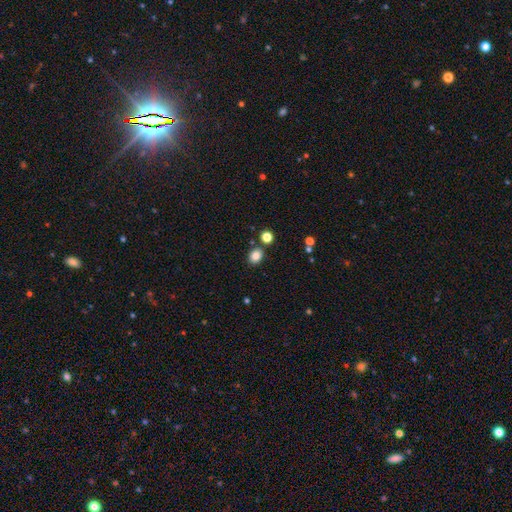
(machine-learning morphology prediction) The model was most divided on "how rounded": round: 61%, in between: 38%, cigar-shaped: 1%. More confident: smooth or featured — smooth (83%); merging — none (81%).